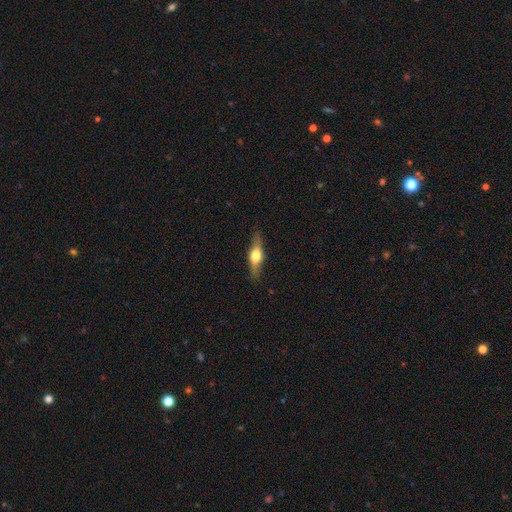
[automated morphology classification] A featured or disk galaxy (58%) viewed edge-on (94%) with a rounded central bulge (94%). Merging: none (86%).